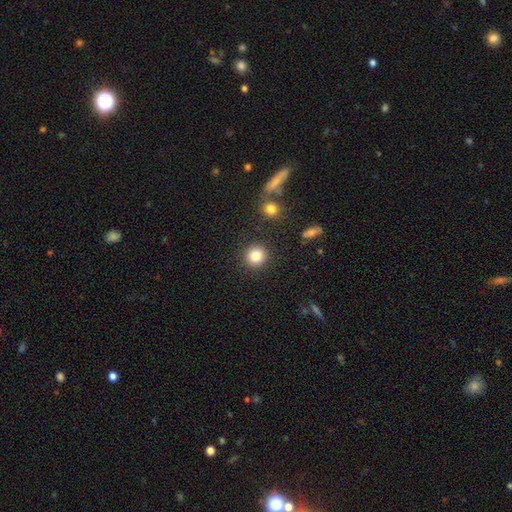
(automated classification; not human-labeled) Q: Smooth or featured?
A: smooth (84%); runner-up: star or artifact (10%)
Q: How rounded?
A: round (91%); runner-up: in between (8%)
Q: Merging?
A: none (89%); runner-up: minor disturbance (6%)